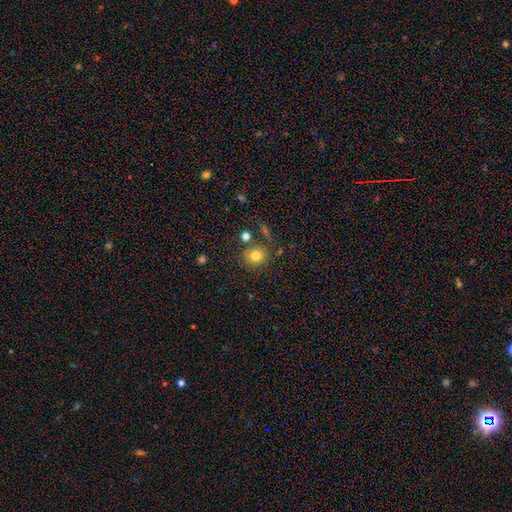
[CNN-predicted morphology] smooth_or_featured: smooth (p=0.79) [alt: star or artifact p=0.12]
how_rounded: round (p=0.81) [alt: in between p=0.18]
merging: none (p=0.76) [alt: minor disturbance p=0.11]